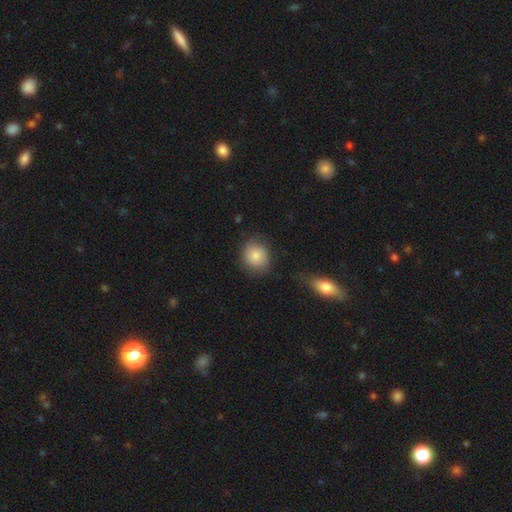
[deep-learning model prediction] Smooth or featured? Predicted: smooth (p=0.84). How rounded? Predicted: round (p=0.74). Merging? Predicted: none (p=0.75).